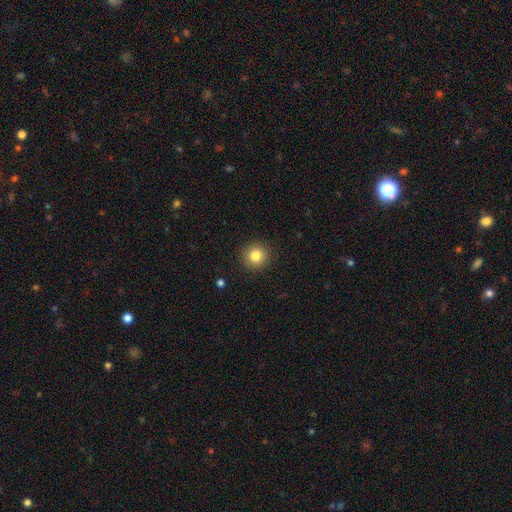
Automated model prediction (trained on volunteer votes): smooth 82%, star or artifact 11%, featured or disk 7%. Down the decision tree: how rounded — round (93%); merging — none (92%).